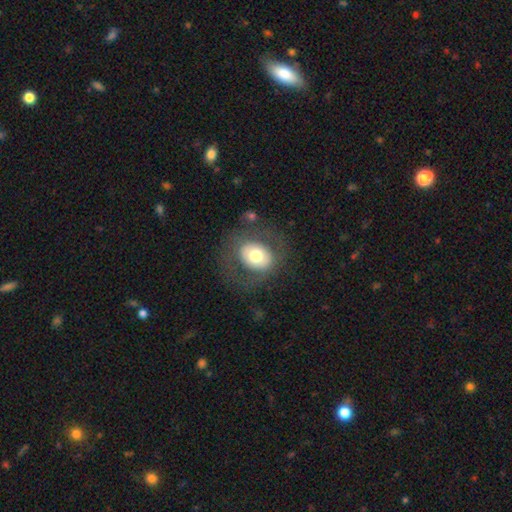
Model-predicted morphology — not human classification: smooth 59%, featured or disk 32%, star or artifact 9%. Down the decision tree: how rounded — round (61%); merging — none (70%).